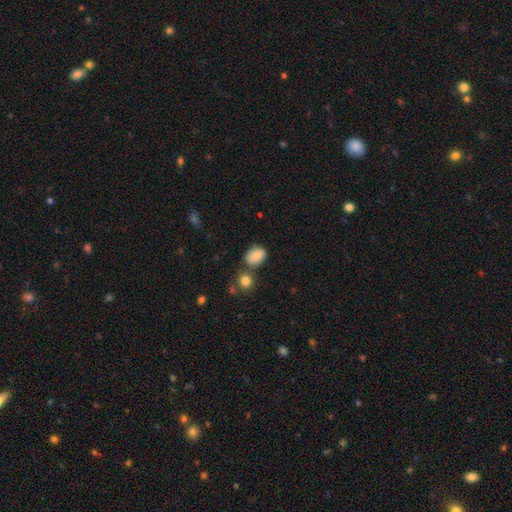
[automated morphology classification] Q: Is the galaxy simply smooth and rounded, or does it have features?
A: smooth — 84%.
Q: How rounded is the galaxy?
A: in between — 75%.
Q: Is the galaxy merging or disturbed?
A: none — 66%.